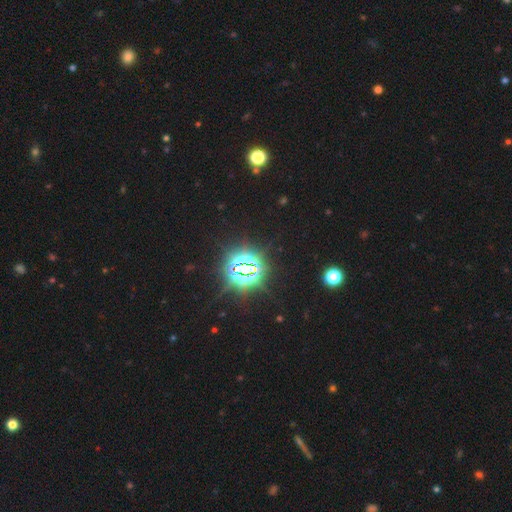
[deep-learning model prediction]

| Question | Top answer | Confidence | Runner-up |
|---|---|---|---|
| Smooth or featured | star or artifact | 82% | smooth (11%) |